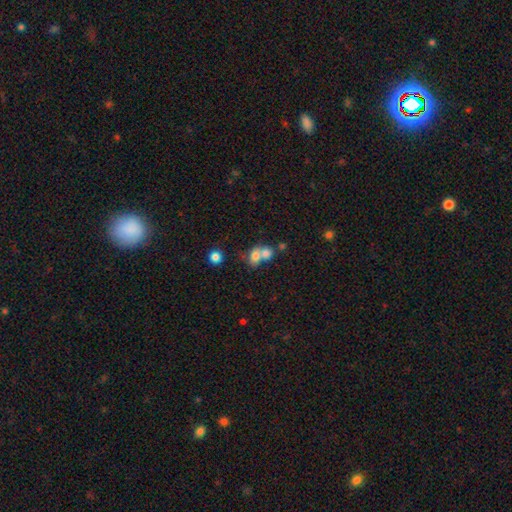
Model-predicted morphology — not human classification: A smooth galaxy with no disk features (74%) that is in between round and cigar-shaped (51%). Merging: merger (66%).